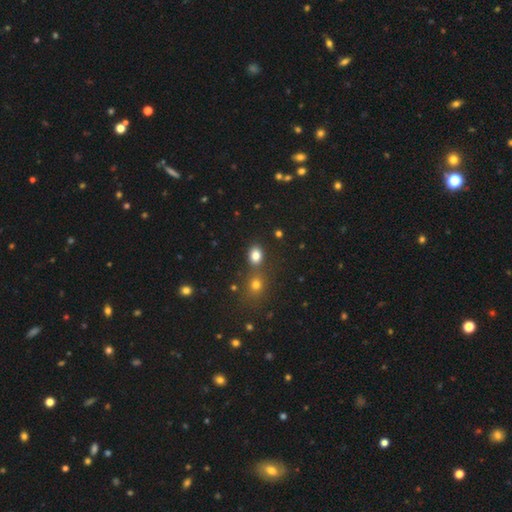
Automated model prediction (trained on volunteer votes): This appears to be a smooth galaxy with no disk features (81%) that is in between round and cigar-shaped (59%). Merging: none (65%).